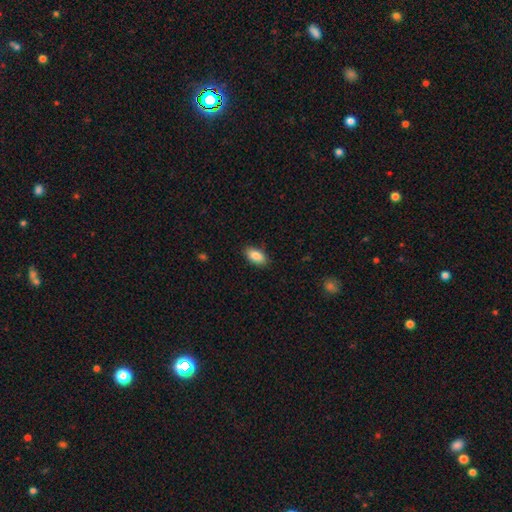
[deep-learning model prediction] A smooth galaxy with no disk features (87%) that is in between round and cigar-shaped (92%).

Vote fractions:
- Smooth or featured? smooth: 87% / star or artifact: 7% / featured or disk: 6%
- How rounded? in between: 92% / cigar-shaped: 4% / round: 4%
- Merging? none: 87% / minor disturbance: 10% / major disturbance: 2% / merger: 1%